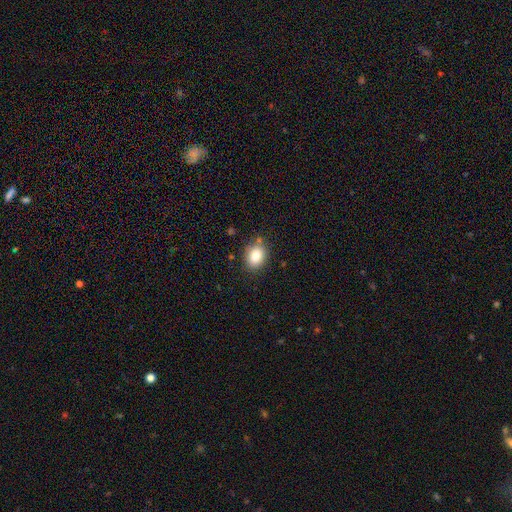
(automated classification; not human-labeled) Smooth or featured? Predicted: smooth (p=0.84). How rounded? Predicted: in between (p=0.65). Merging? Predicted: none (p=0.80).